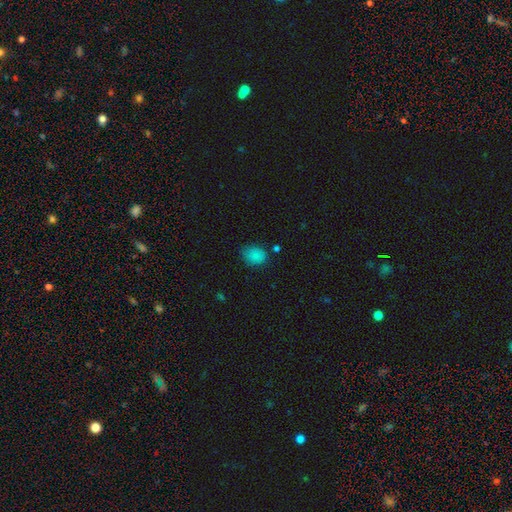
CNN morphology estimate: A smooth galaxy with no disk features (83%) that is in between round and cigar-shaped (55%). Merging: none (67%).